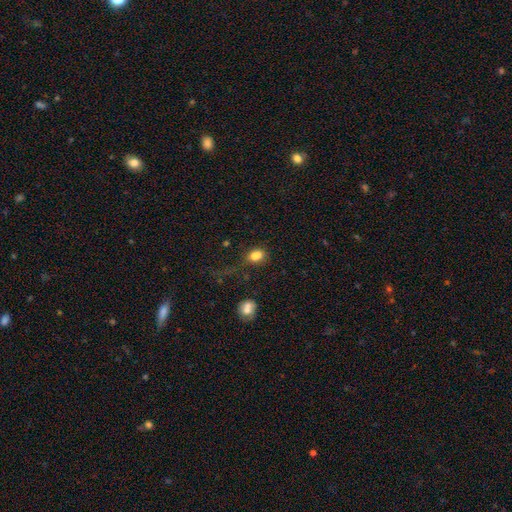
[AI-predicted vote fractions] Smooth or featured? smooth (82%)
How rounded? in between (67%)
Merging? none (56%)